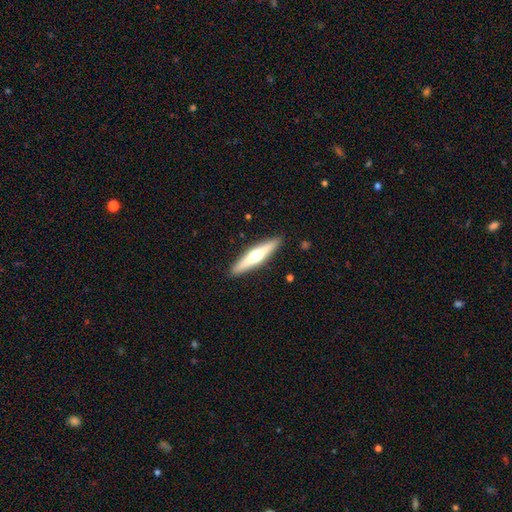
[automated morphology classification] Overall: featured or disk (54%; smooth 41%). Edge-on disk: yes (95%). Edge-on bulge: rounded (92%). Merging: none (91%).